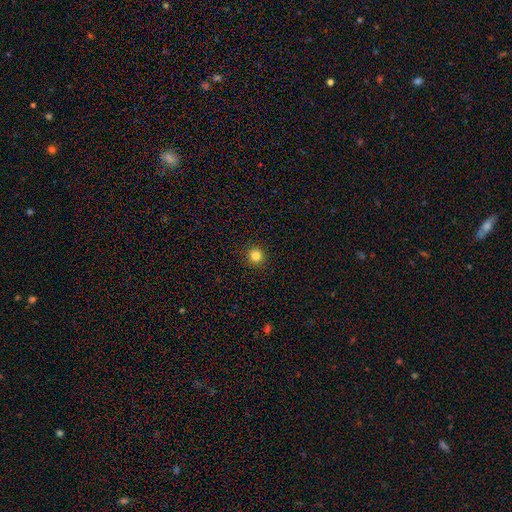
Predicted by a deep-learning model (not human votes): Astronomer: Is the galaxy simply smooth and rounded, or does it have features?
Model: smooth — 83%.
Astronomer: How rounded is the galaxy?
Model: round — 94%.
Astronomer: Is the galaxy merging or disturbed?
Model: none — 93%.